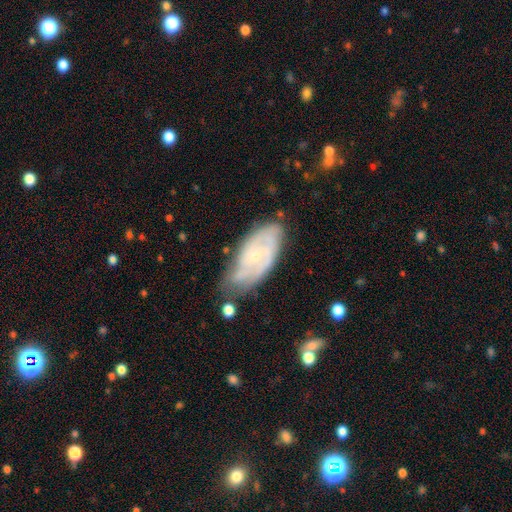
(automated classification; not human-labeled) Smooth or featured? featured or disk (77%)
Edge-on disk? no (94%)
Bar? no (55%)
Spiral arms? yes (92%)
Spiral winding? tight (50%)
Spiral arm count? 2 (44%)
Bulge size? small (76%)
Merging? none (63%)